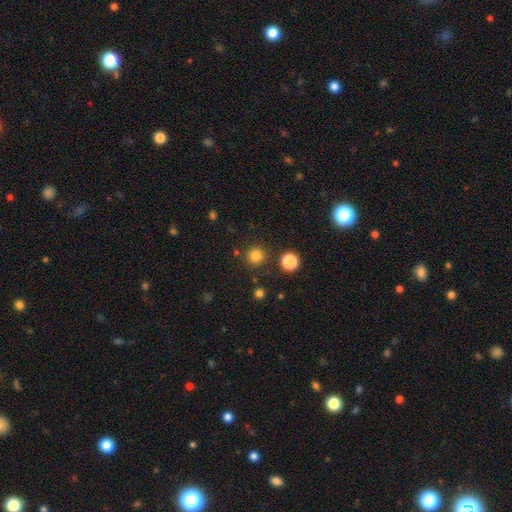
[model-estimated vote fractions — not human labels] smooth-or-featured: smooth: 82% | star or artifact: 14% | featured or disk: 4%
  how-rounded: round: 93% | in between: 6% | cigar-shaped: 1%
  merging: none: 86% | minor disturbance: 7% | merger: 4% | major disturbance: 3%